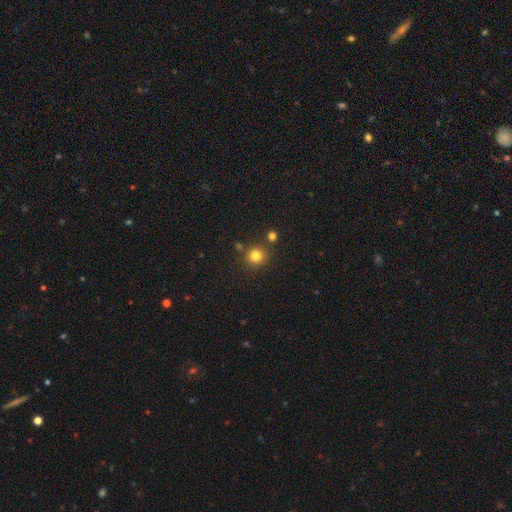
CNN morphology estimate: A smooth galaxy with no disk features (81%) that is round (91%). Merging: none (82%).